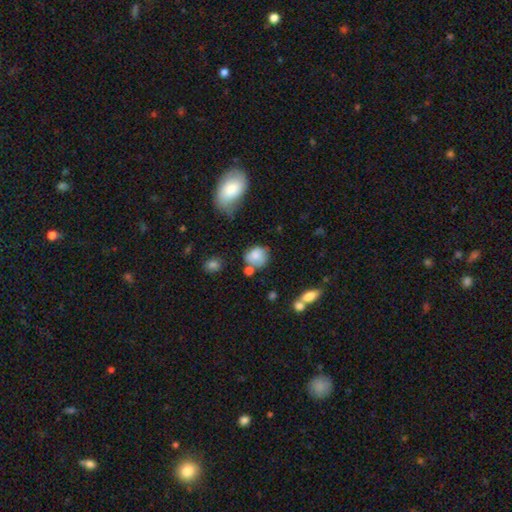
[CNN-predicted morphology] The model was most divided on "merging": none: 51%, minor disturbance: 27%, merger: 13%, major disturbance: 9%. More confident: smooth or featured — smooth (75%); how rounded — round (70%).